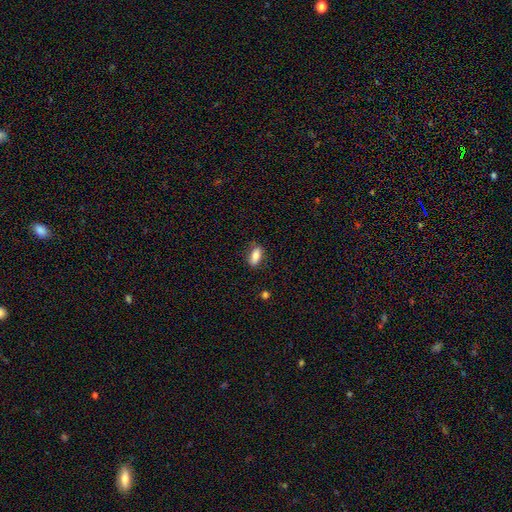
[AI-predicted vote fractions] Smooth or featured?
  - smooth: 81% *
  - featured or disk: 12%
  - star or artifact: 7%
How rounded?
  - in between: 81% *
  - cigar-shaped: 16%
  - round: 3%
Merging?
  - none: 81% *
  - minor disturbance: 15%
  - major disturbance: 3%
  - merger: 1%